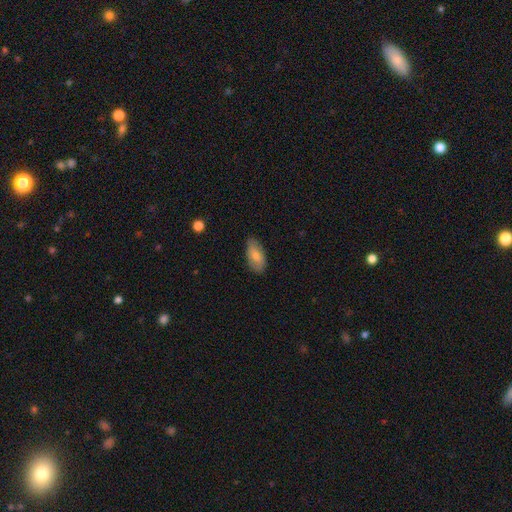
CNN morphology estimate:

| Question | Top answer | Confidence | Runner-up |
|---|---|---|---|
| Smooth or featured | smooth | 76% | featured or disk (18%) |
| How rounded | in between | 92% | cigar-shaped (5%) |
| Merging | none | 79% | minor disturbance (17%) |